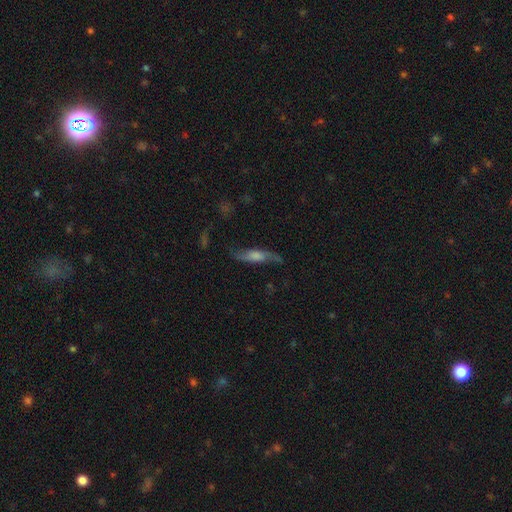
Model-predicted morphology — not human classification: A featured or disk galaxy (62%).

Vote fractions:
- Smooth or featured? featured or disk: 62% / smooth: 29% / star or artifact: 9%
- Edge-on disk? no: 56% / yes: 44%
- Merging? none: 69% / minor disturbance: 20% / major disturbance: 9% / merger: 2%